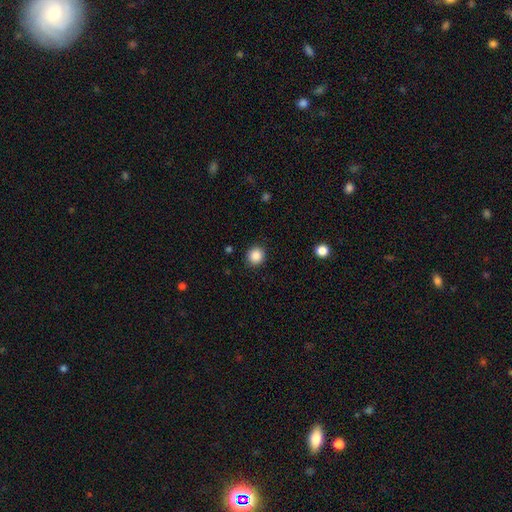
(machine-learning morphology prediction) Smooth or featured? smooth (87%)
How rounded? round (90%)
Merging? none (91%)